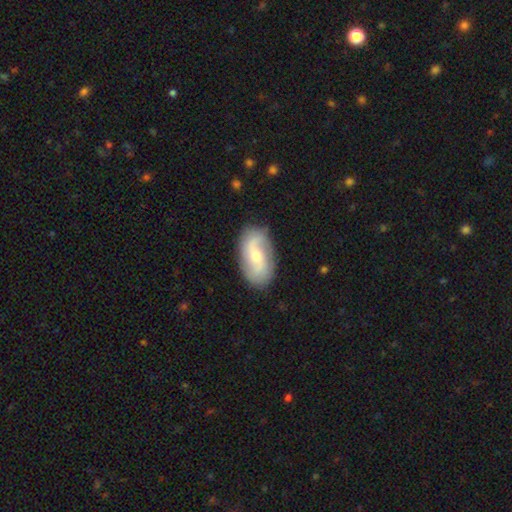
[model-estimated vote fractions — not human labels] Smooth or featured: featured or disk — 64% (smooth — 30%)
Edge-on disk: no — 94% (yes — 6%)
Bar: no — 46% (weak — 40%)
Spiral arms: yes — 84% (no — 16%)
Spiral winding: loose — 53% (medium — 33%)
Spiral arm count: 2 — 84% (can't tell — 9%)
Bulge size: moderate — 53% (small — 42%)
Merging: none — 82% (minor disturbance — 13%)